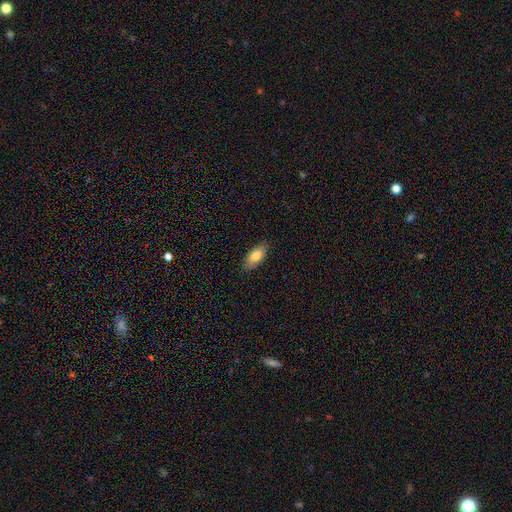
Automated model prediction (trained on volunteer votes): Morphology: type=smooth (80%); roundness=in between (85%); merging=none (85%).